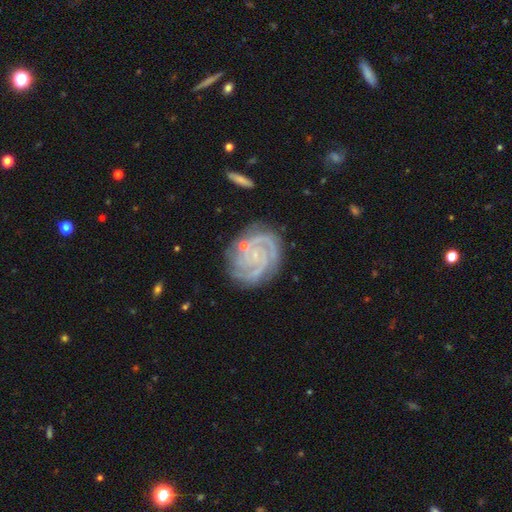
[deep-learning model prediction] featured or disk 87%, smooth 6%, star or artifact 6%. Down the decision tree: edge-on disk — no (98%); bar — no (71%); spiral arms — yes (97%); spiral arm count — 3 (32%); spiral winding — tight (71%); bulge size — small (77%); merging — none (74%).